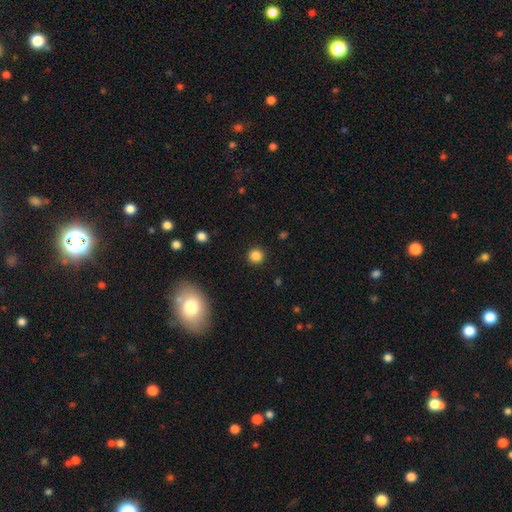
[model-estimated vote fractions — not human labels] Q: Smooth or featured?
A: smooth (85%); runner-up: star or artifact (12%)
Q: How rounded?
A: round (94%); runner-up: in between (5%)
Q: Merging?
A: none (92%); runner-up: minor disturbance (5%)